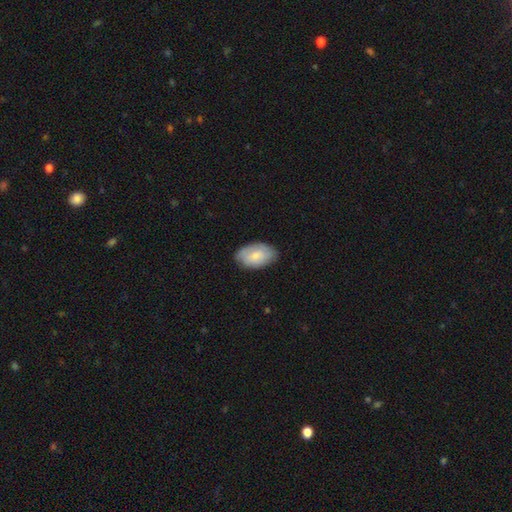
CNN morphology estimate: type=smooth (65%); roundness=in between (92%); merging=none (77%).